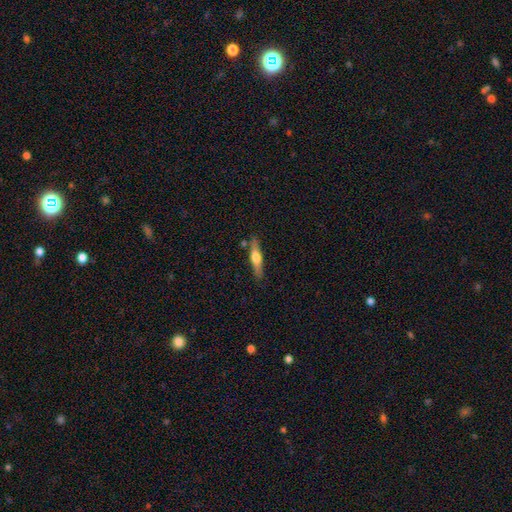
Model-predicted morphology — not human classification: Q: Smooth or featured?
A: featured or disk (51%); runner-up: smooth (44%)
Q: Edge-on disk?
A: yes (94%); runner-up: no (6%)
Q: Merging?
A: none (82%); runner-up: minor disturbance (11%)